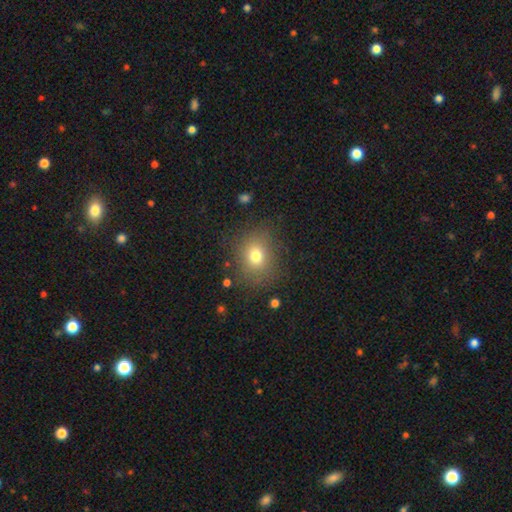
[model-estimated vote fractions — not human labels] Q: Smooth or featured?
A: smooth (74%); runner-up: star or artifact (15%)
Q: How rounded?
A: round (65%); runner-up: in between (34%)
Q: Merging?
A: none (82%); runner-up: minor disturbance (11%)